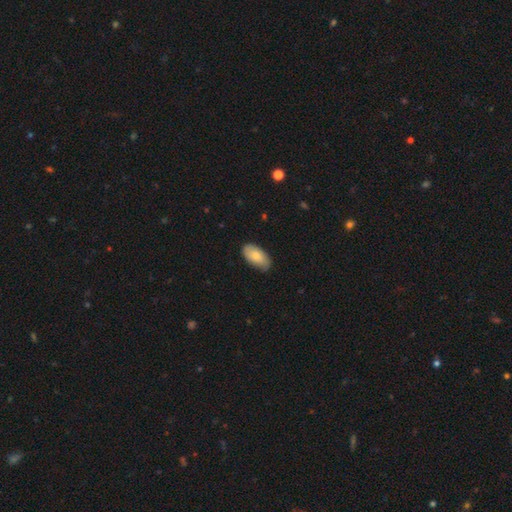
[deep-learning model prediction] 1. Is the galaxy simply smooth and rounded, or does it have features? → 76% smooth, 18% featured or disk, 6% star or artifact.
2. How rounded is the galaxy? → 95% in between, 3% round, 3% cigar-shaped.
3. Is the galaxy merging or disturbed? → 75% none, 21% minor disturbance, 3% major disturbance, 1% merger.